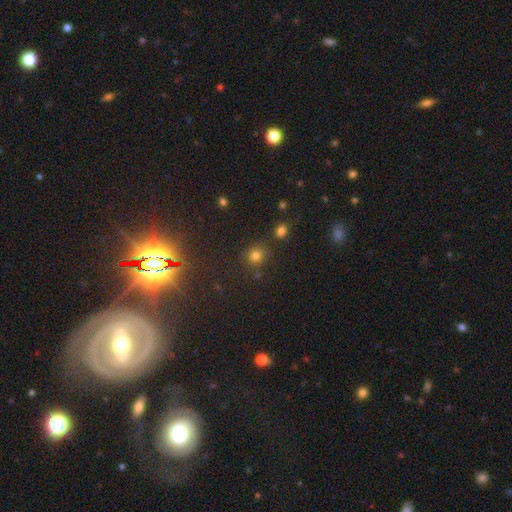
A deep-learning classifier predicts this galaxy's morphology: Smooth or featured: smooth — 73% (star or artifact — 20%)
How rounded: round — 82% (in between — 17%)
Merging: none — 77% (minor disturbance — 11%)